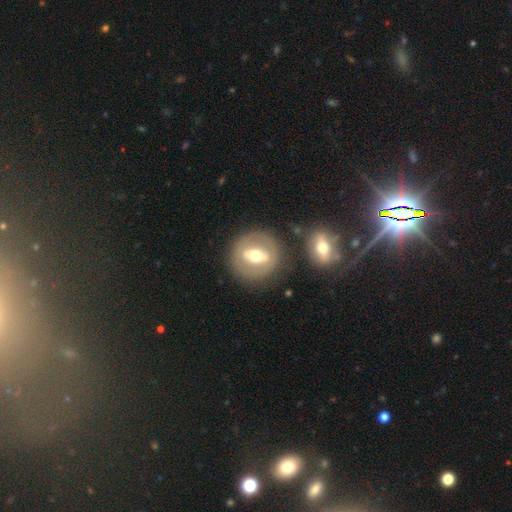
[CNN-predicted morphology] A featured or disk galaxy (60%).

Vote fractions:
- Smooth or featured? featured or disk: 60% / smooth: 34% / star or artifact: 6%
- Edge-on disk? no: 83% / yes: 17%
- Merging? none: 77% / minor disturbance: 10% / merger: 8% / major disturbance: 5%